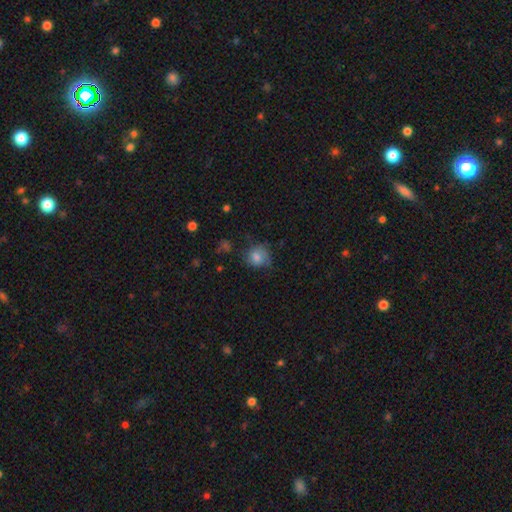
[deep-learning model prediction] Smooth or featured: smooth — 70% (featured or disk — 19%)
How rounded: round — 76% (in between — 23%)
Merging: none — 58% (minor disturbance — 28%)